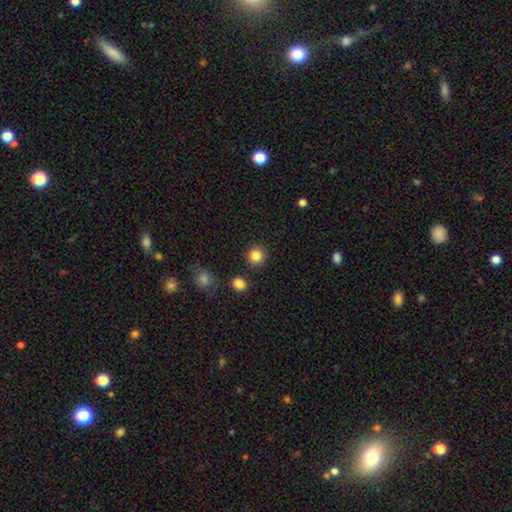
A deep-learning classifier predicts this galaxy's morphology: The model was most divided on "smooth or featured": smooth: 85%, star or artifact: 11%, featured or disk: 4%. More confident: how rounded — round (93%); merging — none (89%).